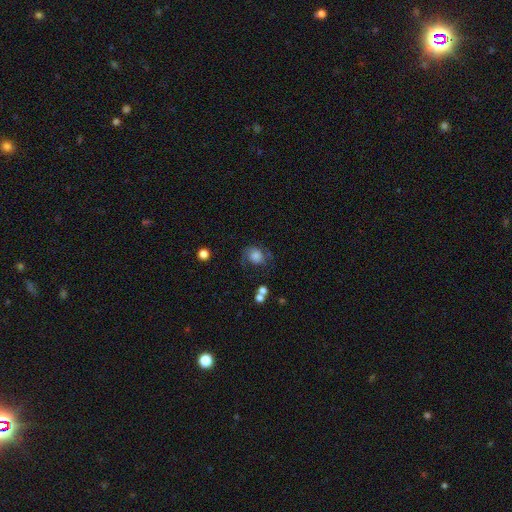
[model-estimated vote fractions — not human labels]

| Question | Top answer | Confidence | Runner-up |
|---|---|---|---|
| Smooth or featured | smooth | 47% | featured or disk (43%) |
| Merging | none | 52% | minor disturbance (25%) |